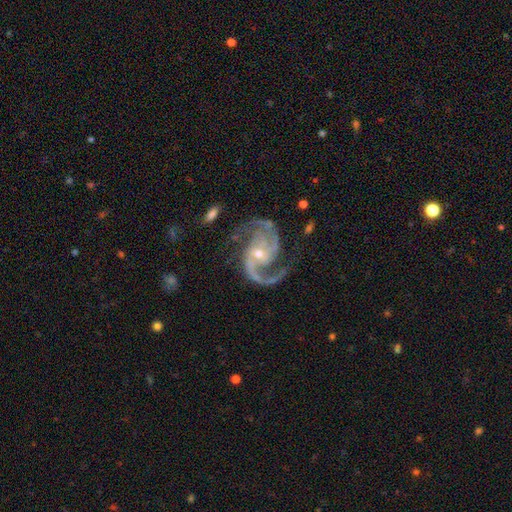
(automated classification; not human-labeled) This is clearly a featured or disk galaxy (94%). It is clearly not viewed edge-on (98%). Bar: possibly no (55%). Spiral arm pattern: clearly yes (99%). Spiral arm count: clearly 2 (83%). Spiral winding: likely medium (62%). Central bulge: likely small (61%). Merging: likely none (71%).